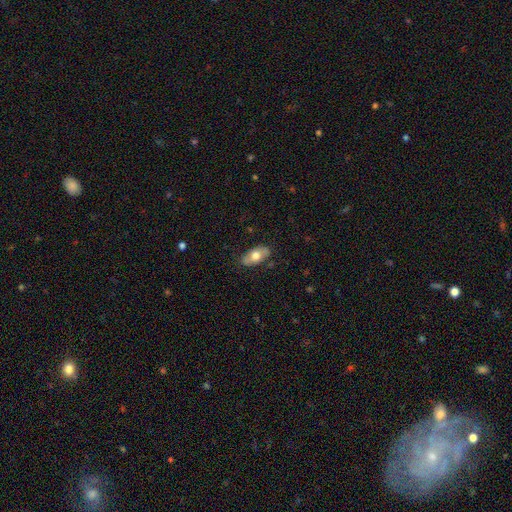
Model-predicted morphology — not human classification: A smooth galaxy with no disk features (65%) that is in between round and cigar-shaped (91%).

Vote fractions:
- Smooth or featured? smooth: 65% / featured or disk: 29% / star or artifact: 6%
- How rounded? in between: 91% / cigar-shaped: 5% / round: 4%
- Merging? none: 81% / minor disturbance: 14% / major disturbance: 3% / merger: 1%